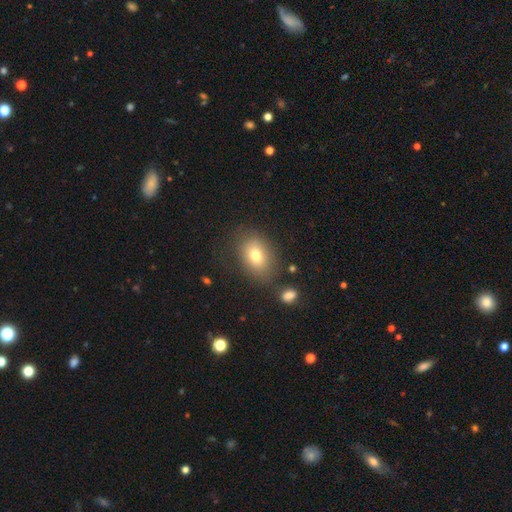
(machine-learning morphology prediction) Overall: smooth (74%). How rounded: in between (72%). Merging: none (74%).